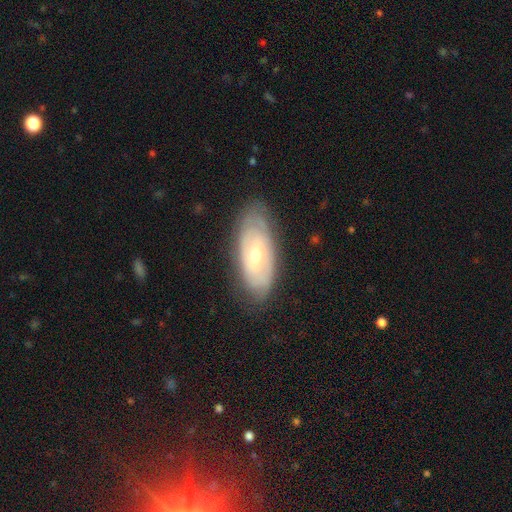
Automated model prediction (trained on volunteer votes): Smooth or featured: featured or disk — 63% (smooth — 31%)
Edge-on disk: no — 87% (yes — 13%)
Bar: no — 61% (weak — 31%)
Spiral arms: yes — 65% (no — 35%)
Bulge size: moderate — 52% (small — 44%)
Merging: none — 79% (minor disturbance — 16%)